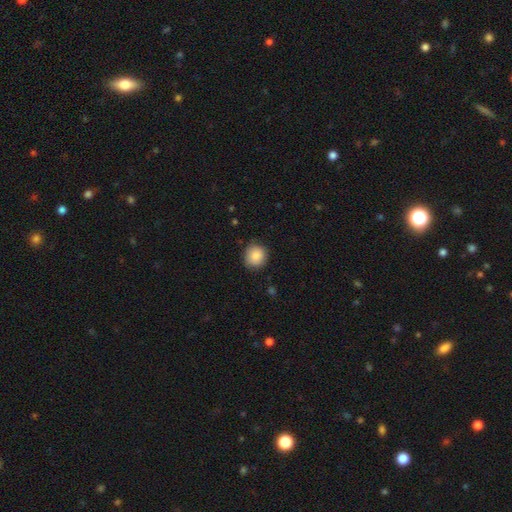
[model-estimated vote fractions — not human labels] Smooth or featured: smooth — 87% (star or artifact — 8%)
How rounded: round — 88% (in between — 11%)
Merging: none — 85% (minor disturbance — 12%)